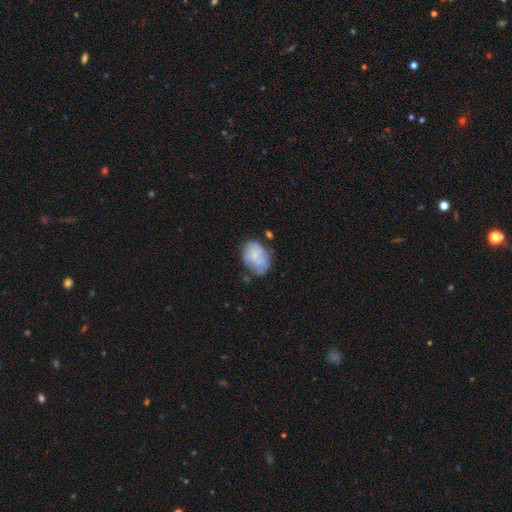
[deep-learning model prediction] A smooth galaxy with no disk features (54%) that is in between round and cigar-shaped (74%).

Vote fractions:
- Smooth or featured? smooth: 54% / featured or disk: 38% / star or artifact: 8%
- How rounded? in between: 74% / round: 25% / cigar-shaped: 1%
- Merging? none: 48% / minor disturbance: 29% / major disturbance: 12% / merger: 11%